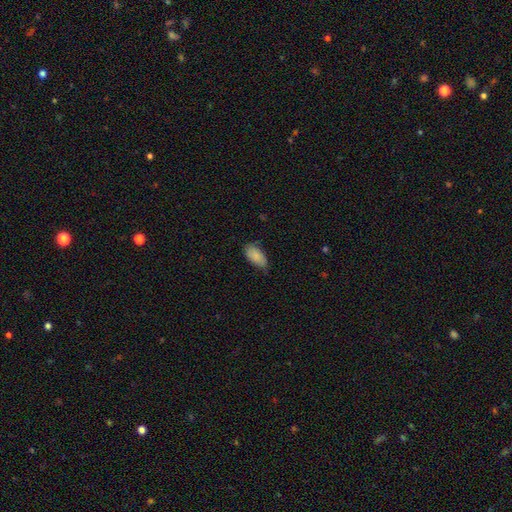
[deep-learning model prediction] Smooth or featured? smooth (84%)
How rounded? in between (94%)
Merging? none (64%)